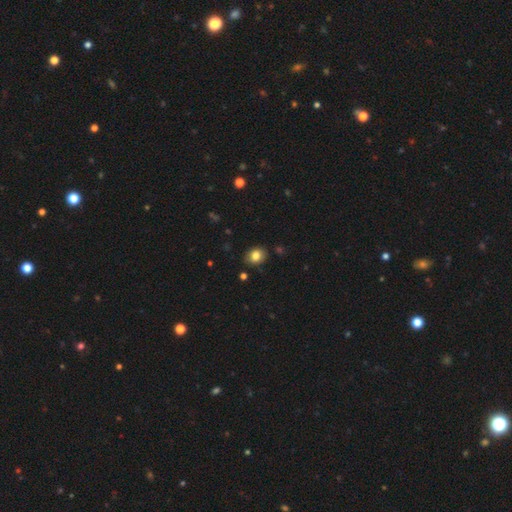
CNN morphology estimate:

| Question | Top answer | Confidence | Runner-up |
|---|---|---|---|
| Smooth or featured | smooth | 82% | star or artifact (10%) |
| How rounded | in between | 52% | round (47%) |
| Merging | none | 86% | minor disturbance (10%) |